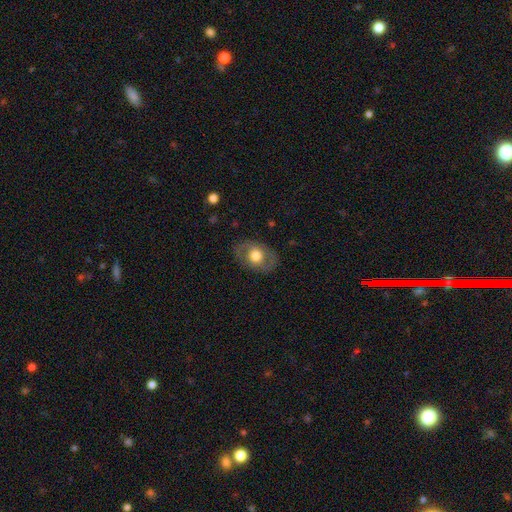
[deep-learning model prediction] Morphology: type=smooth (55%); roundness=in between (69%); merging=none (80%).